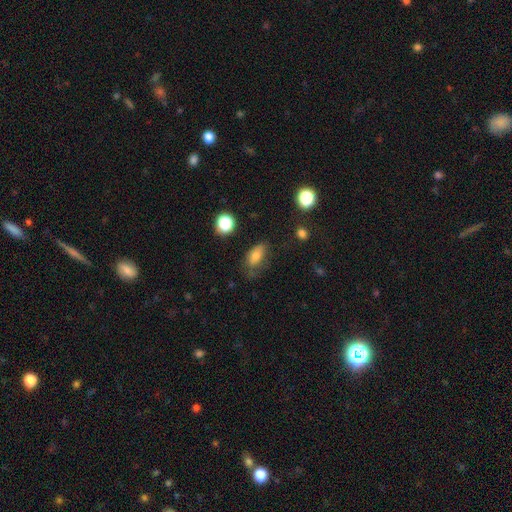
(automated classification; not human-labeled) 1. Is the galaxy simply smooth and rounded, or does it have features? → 74% smooth, 15% featured or disk, 11% star or artifact.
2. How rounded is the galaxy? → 85% in between, 9% round, 6% cigar-shaped.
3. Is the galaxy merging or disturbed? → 48% none, 31% minor disturbance, 18% major disturbance, 3% merger.